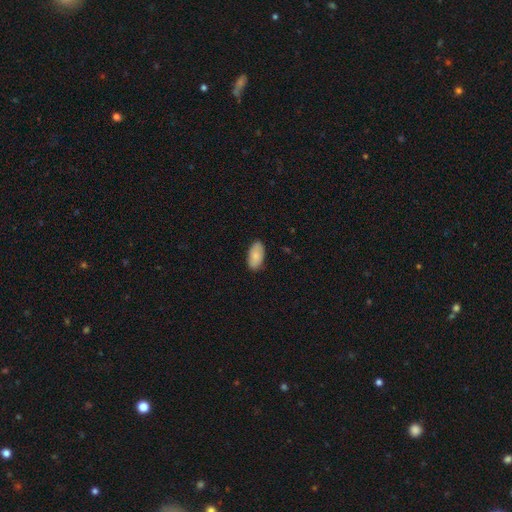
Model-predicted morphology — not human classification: smooth_or_featured: smooth (p=0.83) [alt: featured or disk p=0.11]
how_rounded: in between (p=0.95) [alt: cigar-shaped p=0.03]
merging: none (p=0.85) [alt: minor disturbance p=0.12]